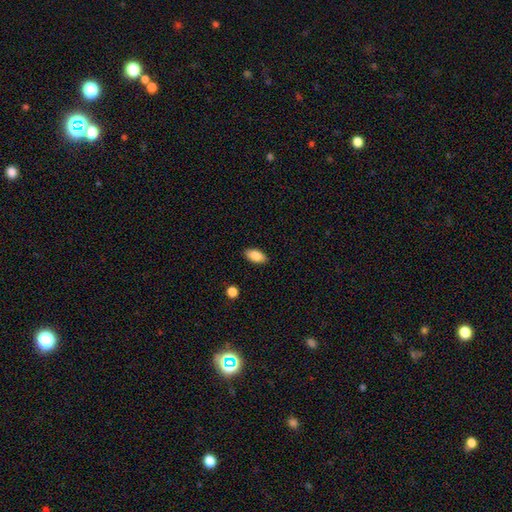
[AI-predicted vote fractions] Smooth or featured? Predicted: smooth (p=0.87). How rounded? Predicted: in between (p=0.93). Merging? Predicted: none (p=0.88).